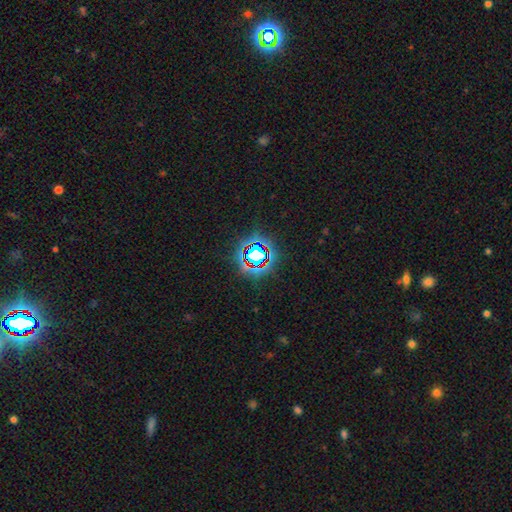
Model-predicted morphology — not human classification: Smooth or featured?
  - star or artifact: 73% *
  - smooth: 15%
  - featured or disk: 11%